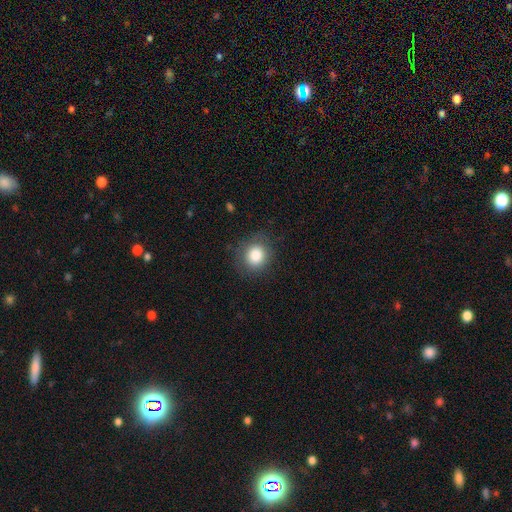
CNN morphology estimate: Smooth or featured?
  - smooth: 84% *
  - star or artifact: 9%
  - featured or disk: 7%
How rounded?
  - round: 81% *
  - in between: 18%
  - cigar-shaped: 1%
Merging?
  - none: 82% *
  - minor disturbance: 12%
  - major disturbance: 4%
  - merger: 1%